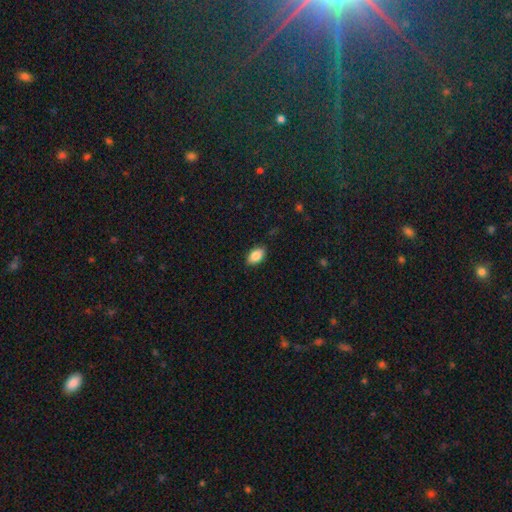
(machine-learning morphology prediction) This appears to be a smooth galaxy with no disk features (86%) that is in between round and cigar-shaped (91%). Merging: none (86%).